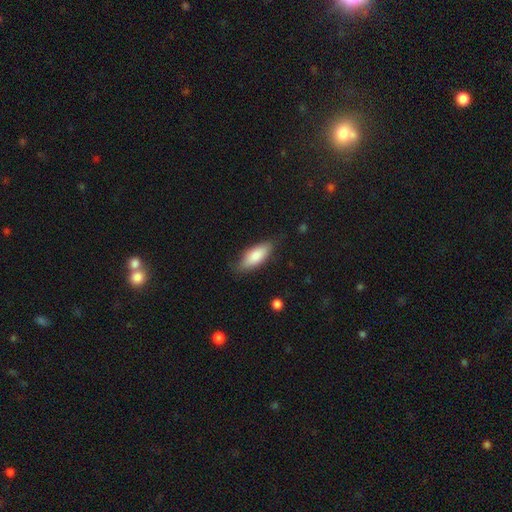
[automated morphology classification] smooth 83%, featured or disk 11%, star or artifact 6%. Down the decision tree: how rounded — in between (77%); merging — none (78%).